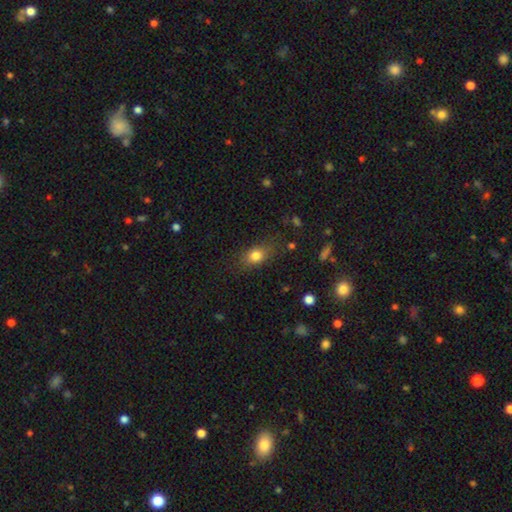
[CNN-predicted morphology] This is likely a smooth galaxy (79%). How rounded: likely in between (63%). Merging: likely none (73%).